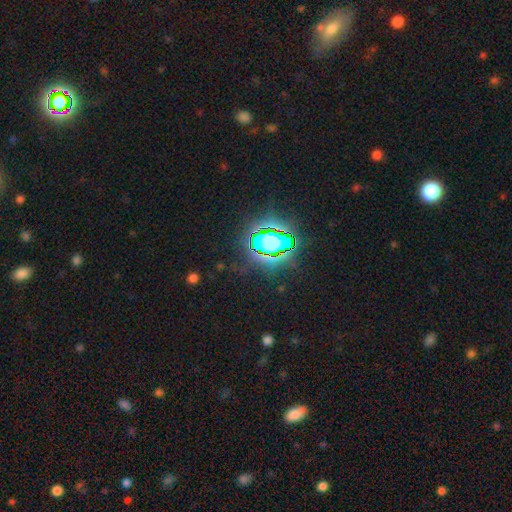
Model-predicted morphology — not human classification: A star or artifact, not a galaxy (75%).

Vote fractions:
- Smooth or featured? star or artifact: 75% / smooth: 14% / featured or disk: 10%